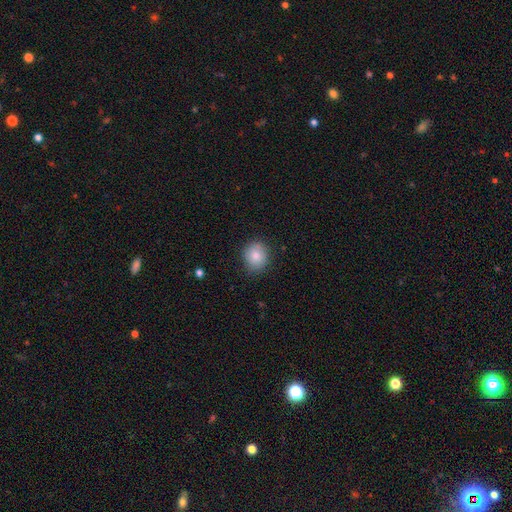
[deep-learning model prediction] Morphology: type=smooth (83%); roundness=round (74%); merging=none (83%).